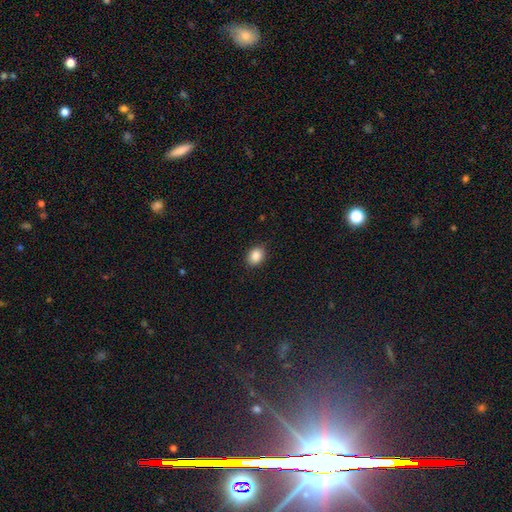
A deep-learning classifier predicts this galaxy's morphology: smooth_or_featured: smooth (p=0.88) [alt: star or artifact p=0.09]
how_rounded: in between (p=0.55) [alt: round p=0.44]
merging: none (p=0.88) [alt: minor disturbance p=0.09]